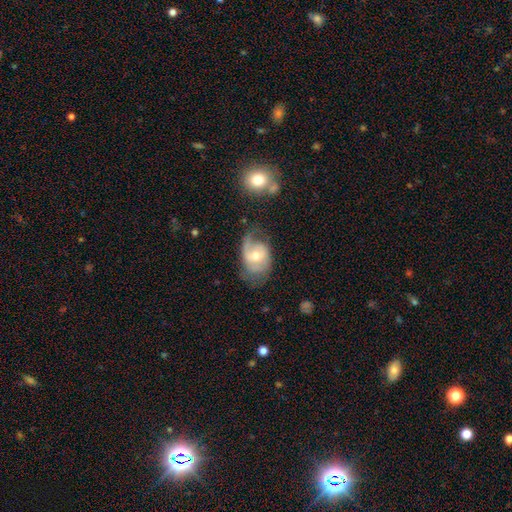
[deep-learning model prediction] Morphology: type=featured or disk (63%); edge-on=no (96%); bar=no (55%); spiral arms=yes (79%); bulge=moderate (64%); merging=none (40%).